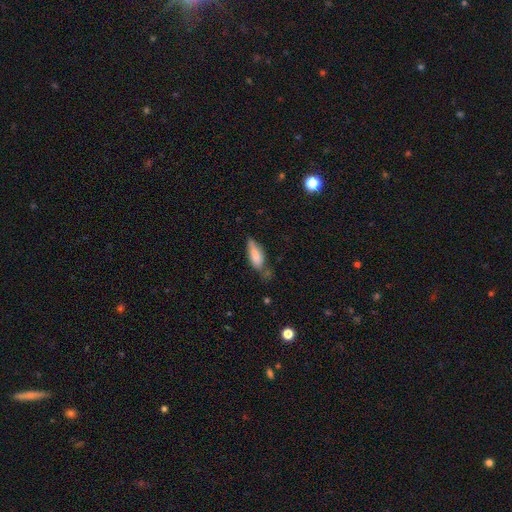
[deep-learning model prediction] The model was most divided on "merging": none: 44%, minor disturbance: 37%, major disturbance: 13%, merger: 6%. More confident: smooth or featured — smooth (79%); how rounded — in between (61%).